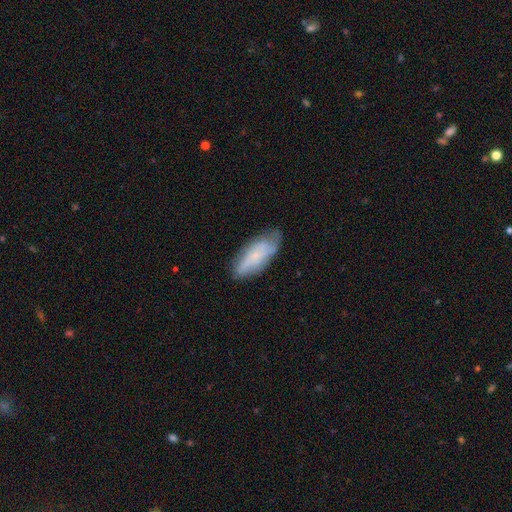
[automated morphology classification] Smooth or featured: smooth — 55% (featured or disk — 38%)
How rounded: in between — 74% (cigar-shaped — 24%)
Merging: none — 64% (minor disturbance — 27%)